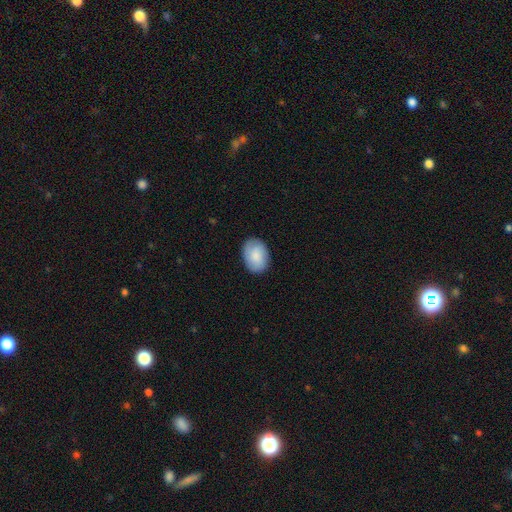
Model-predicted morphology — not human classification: Smooth or featured?
  - smooth: 84% *
  - featured or disk: 10%
  - star or artifact: 6%
How rounded?
  - in between: 81% *
  - round: 18%
  - cigar-shaped: 1%
Merging?
  - none: 86% *
  - minor disturbance: 11%
  - major disturbance: 2%
  - merger: 1%